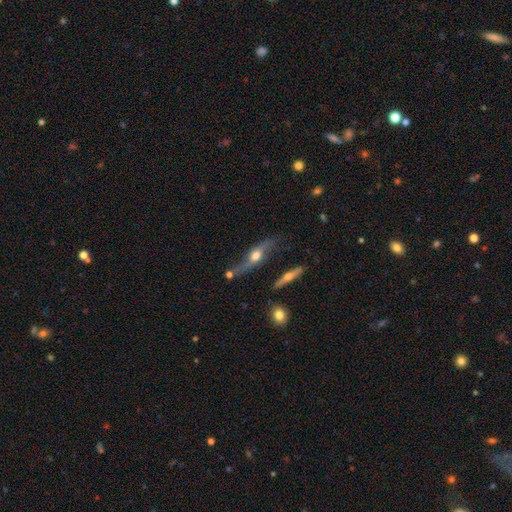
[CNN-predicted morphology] This appears to be a featured or disk galaxy (71%) viewed edge-on (56%). Merging: none (54%).